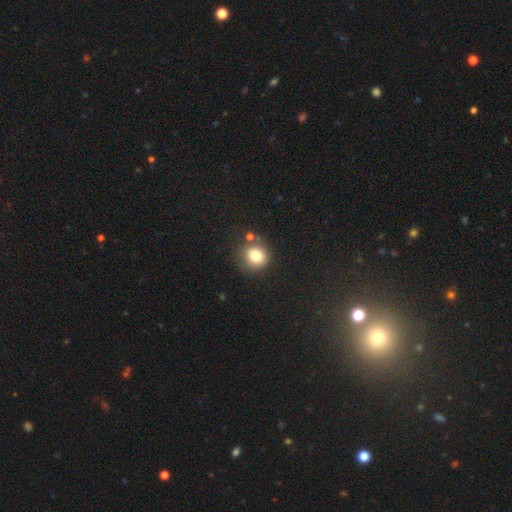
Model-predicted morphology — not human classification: This is likely a smooth galaxy (80%). How rounded: clearly round (86%). Merging: likely none (74%).